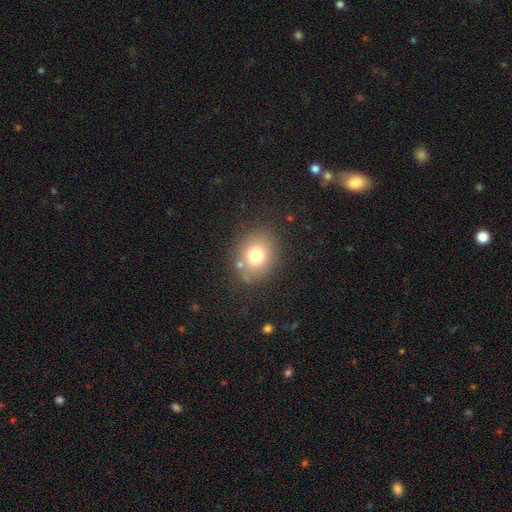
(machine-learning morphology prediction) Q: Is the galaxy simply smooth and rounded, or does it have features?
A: smooth — 74%.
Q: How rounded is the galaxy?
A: round — 62%.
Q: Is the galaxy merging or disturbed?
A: none — 80%.